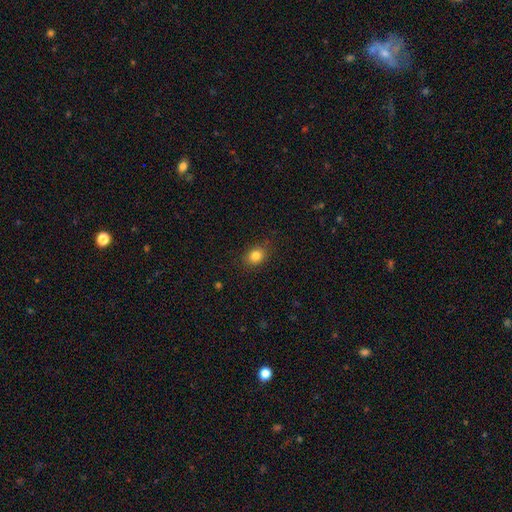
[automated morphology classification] A smooth galaxy with no disk features (83%) that is round (51%). Merging: none (85%).